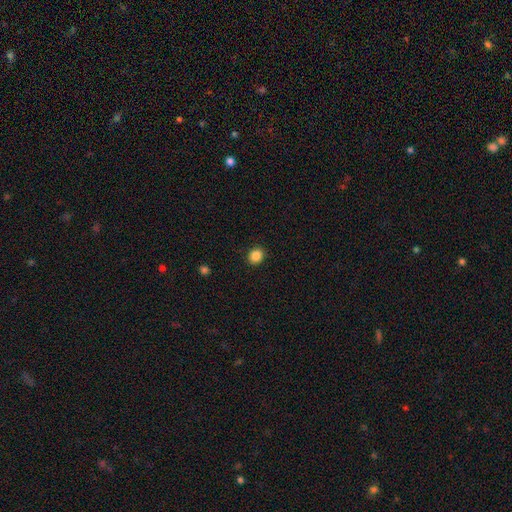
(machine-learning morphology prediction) type=smooth (86%); roundness=round (71%); merging=none (91%).